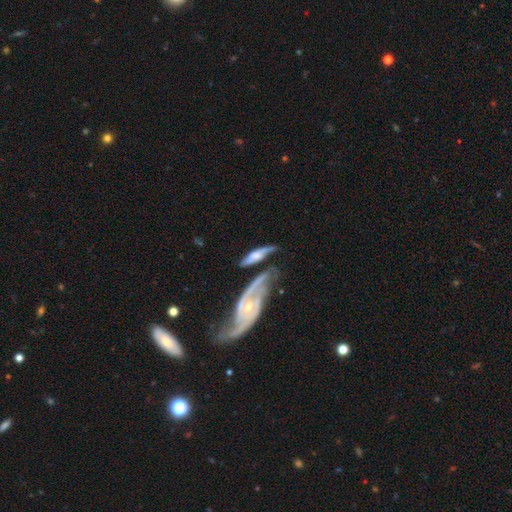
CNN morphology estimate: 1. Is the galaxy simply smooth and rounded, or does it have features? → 64% featured or disk, 30% smooth, 6% star or artifact.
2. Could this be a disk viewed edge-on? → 57% no, 43% yes.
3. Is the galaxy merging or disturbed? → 35% none, 26% merger, 23% minor disturbance, 17% major disturbance.